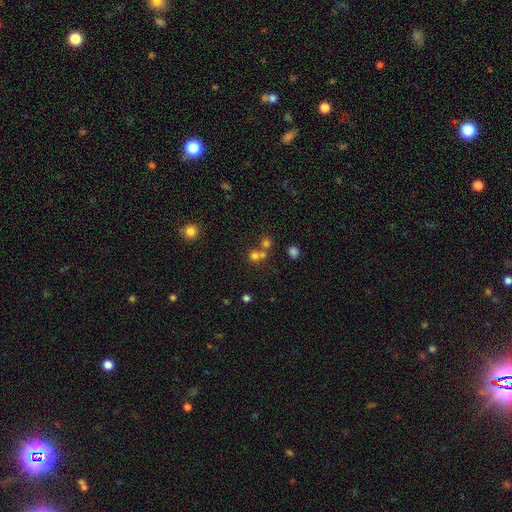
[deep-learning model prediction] smooth_or_featured: smooth (p=0.69) [alt: star or artifact p=0.20]
how_rounded: round (p=0.86) [alt: in between p=0.13]
merging: none (p=0.48) [alt: merger p=0.42]